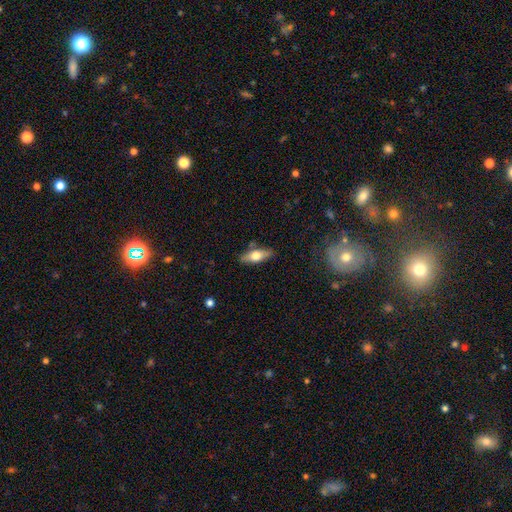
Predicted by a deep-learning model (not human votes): smooth 57%, featured or disk 37%, star or artifact 6%. Down the decision tree: how rounded — in between (65%); merging — none (80%).